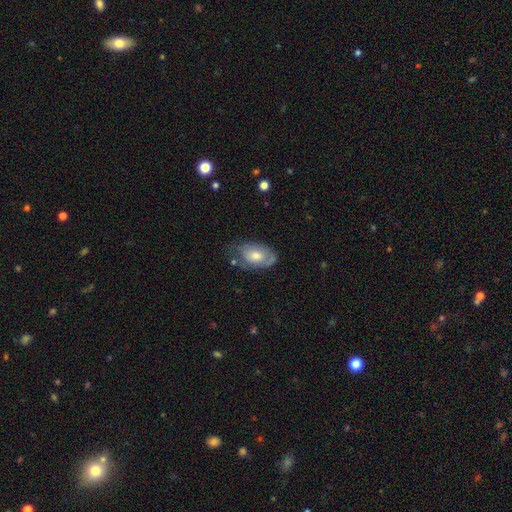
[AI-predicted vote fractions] This is possibly a smooth galaxy (51%). How rounded: clearly in between (89%). Merging: possibly none (55%).